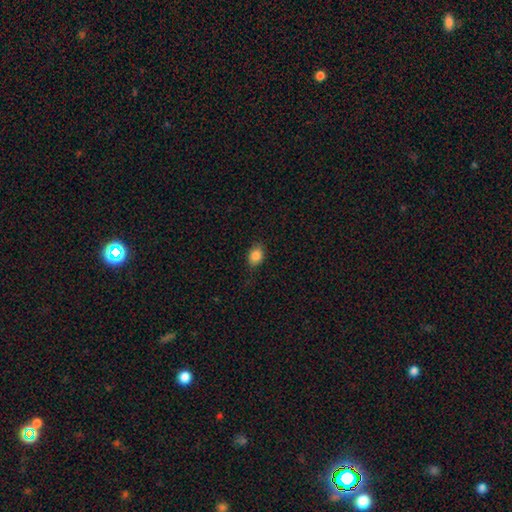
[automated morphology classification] Overall: smooth (86%). How rounded: in between (72%). Merging: none (84%).